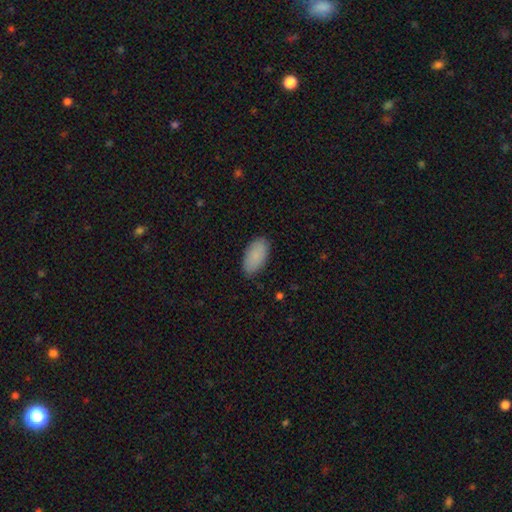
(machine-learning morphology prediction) Overall: smooth (88%). How rounded: in between (94%). Merging: none (85%).